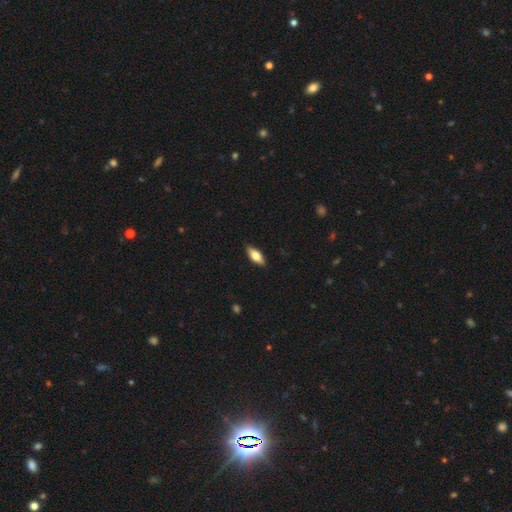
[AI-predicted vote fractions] Smooth or featured? smooth (66%)
How rounded? in between (76%)
Merging? none (88%)